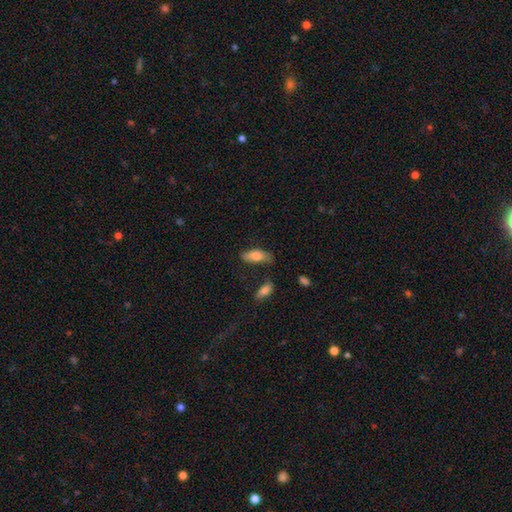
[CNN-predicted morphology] Q: Smooth or featured?
A: smooth (78%); runner-up: featured or disk (15%)
Q: How rounded?
A: in between (81%); runner-up: cigar-shaped (17%)
Q: Merging?
A: none (55%); runner-up: minor disturbance (27%)